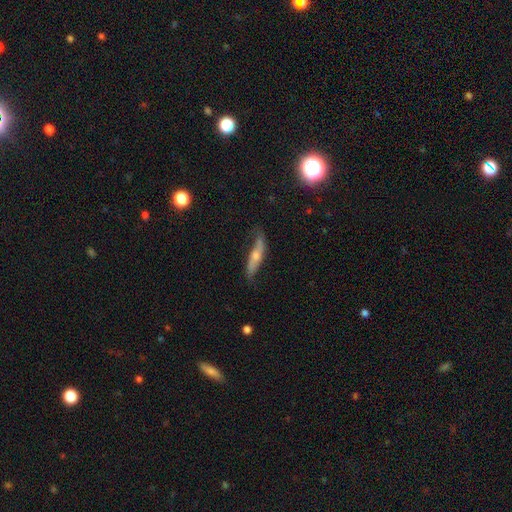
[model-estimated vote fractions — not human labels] Smooth or featured?
  - featured or disk: 58% *
  - smooth: 35%
  - star or artifact: 6%
Edge-on disk?
  - yes: 53% *
  - no: 47%
Merging?
  - none: 63% *
  - minor disturbance: 26%
  - major disturbance: 9%
  - merger: 2%